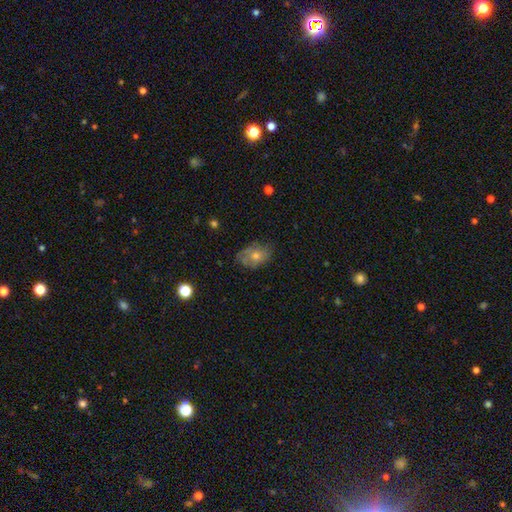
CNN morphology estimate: This is possibly a smooth galaxy (48%). Merging: likely none (70%).